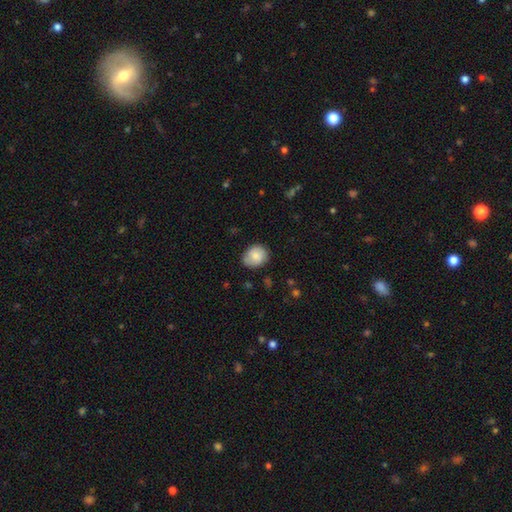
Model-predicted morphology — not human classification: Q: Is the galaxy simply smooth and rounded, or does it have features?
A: smooth — 79%.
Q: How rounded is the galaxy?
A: round — 57%.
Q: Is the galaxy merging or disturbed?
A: none — 78%.